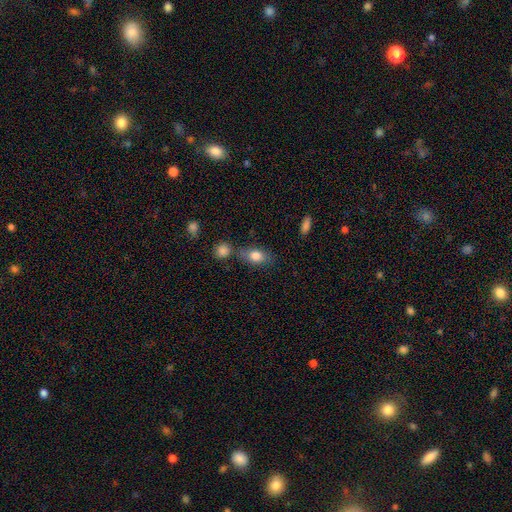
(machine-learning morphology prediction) smooth-or-featured: smooth: 81% | featured or disk: 11% | star or artifact: 8%
  how-rounded: in between: 80% | round: 15% | cigar-shaped: 4%
  merging: none: 65% | minor disturbance: 16% | merger: 14% | major disturbance: 5%